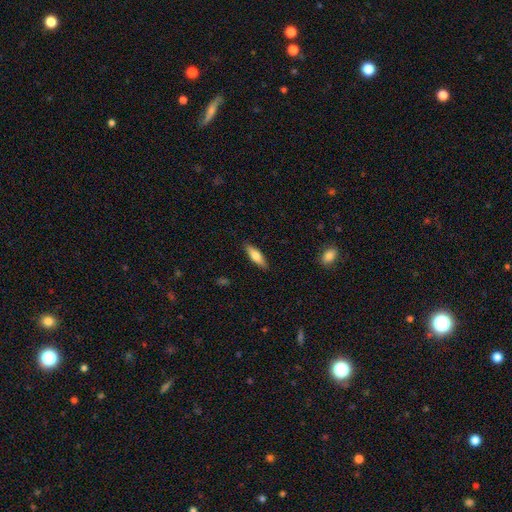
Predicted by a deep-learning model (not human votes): A smooth galaxy with no disk features (71%) that is cigar-shaped (52%). Merging: none (88%).